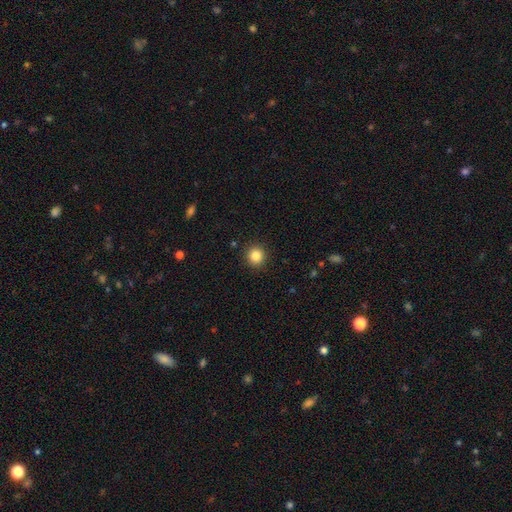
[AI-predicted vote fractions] smooth-or-featured: smooth: 85% | star or artifact: 11% | featured or disk: 5%
  how-rounded: round: 92% | in between: 7% | cigar-shaped: 1%
  merging: none: 92% | minor disturbance: 5% | major disturbance: 2% | merger: 1%